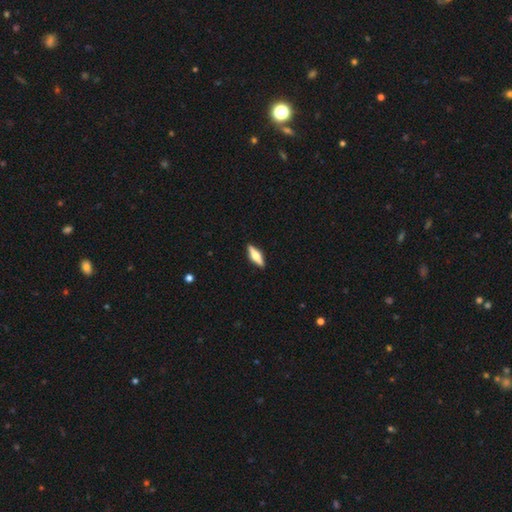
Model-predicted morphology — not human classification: smooth-or-featured: featured or disk: 55% | smooth: 40% | star or artifact: 6%
  disk-edge-on: yes: 95% | no: 5%
    edge-on-bulge: rounded: 91% | boxy: 7% | none: 2%
  merging: none: 90% | minor disturbance: 7% | major disturbance: 2% | merger: 1%